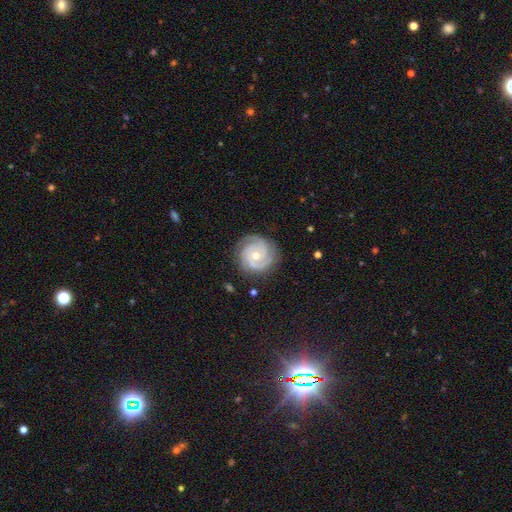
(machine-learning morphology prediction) The model was most divided on "bulge size": moderate: 52%, small: 45%, large: 1%, none: 1%, dominant: 1%. More confident: spiral arms — yes (98%); edge-on disk — no (98%); smooth or featured — featured or disk (90%); merging — none (83%); spiral winding — tight (74%); bar — no (73%); spiral arm count — 3 (55%).